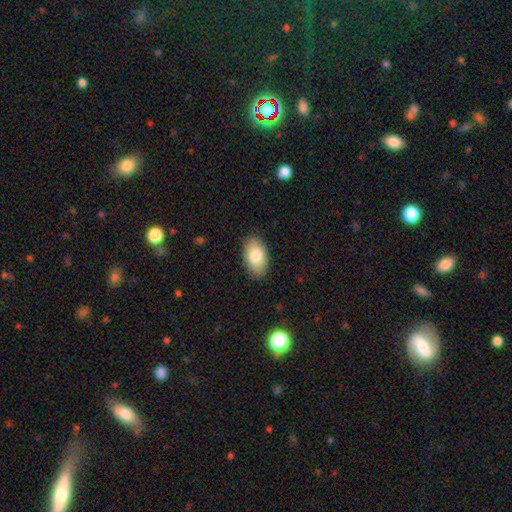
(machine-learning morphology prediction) A smooth galaxy with no disk features (82%) that is in between round and cigar-shaped (94%).

Vote fractions:
- Smooth or featured? smooth: 82% / featured or disk: 11% / star or artifact: 6%
- How rounded? in between: 94% / round: 5% / cigar-shaped: 1%
- Merging? none: 87% / minor disturbance: 10% / major disturbance: 2% / merger: 1%